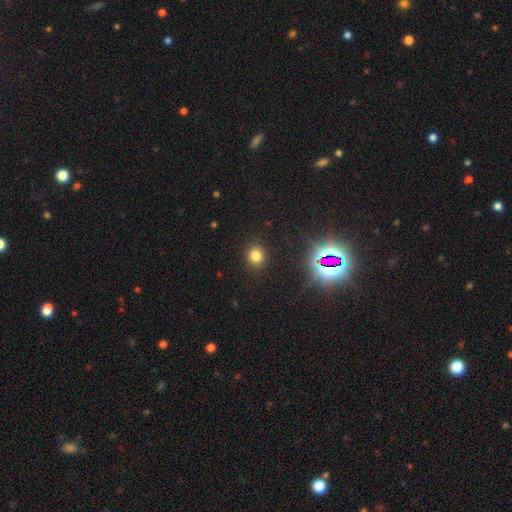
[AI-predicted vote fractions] Smooth or featured: smooth — 76% (star or artifact — 18%)
How rounded: round — 79% (in between — 20%)
Merging: none — 90% (minor disturbance — 7%)